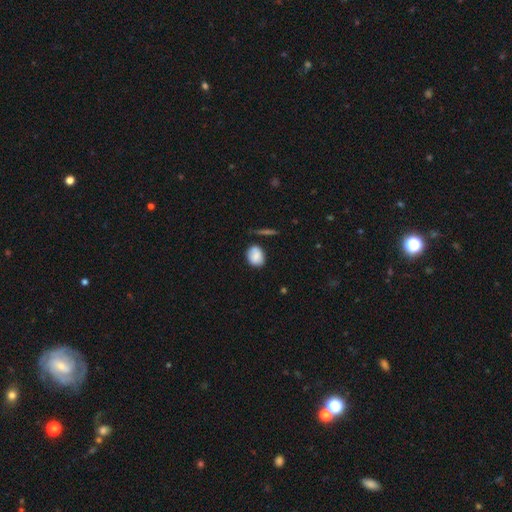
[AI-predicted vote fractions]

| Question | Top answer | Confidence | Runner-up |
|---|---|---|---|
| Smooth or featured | smooth | 83% | featured or disk (9%) |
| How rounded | in between | 56% | round (42%) |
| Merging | none | 67% | minor disturbance (23%) |